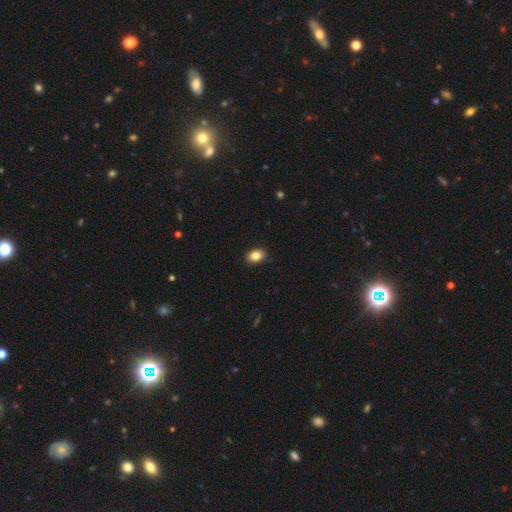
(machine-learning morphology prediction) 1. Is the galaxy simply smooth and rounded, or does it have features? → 85% smooth, 9% star or artifact, 6% featured or disk.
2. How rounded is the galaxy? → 77% in between, 22% round, 1% cigar-shaped.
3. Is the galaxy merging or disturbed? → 88% none, 10% minor disturbance, 2% major disturbance, 1% merger.